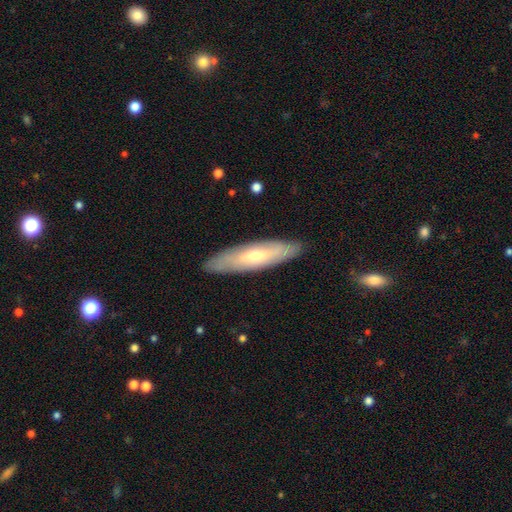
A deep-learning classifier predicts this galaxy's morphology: This is possibly a featured or disk galaxy (48%). Merging: clearly none (87%).